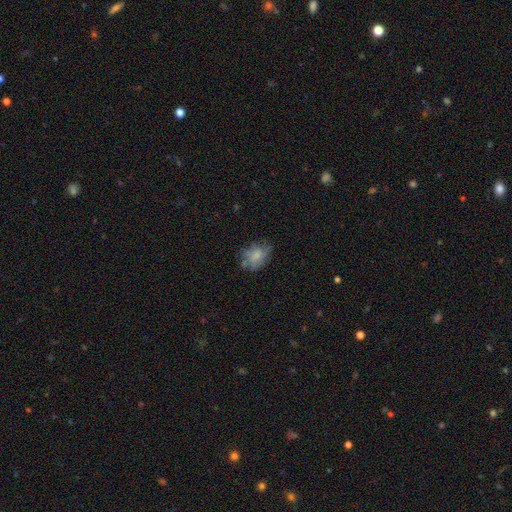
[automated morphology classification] Overall: smooth (55%; featured or disk 34%). How rounded: in between (67%; round 31%). Merging: none (53%; minor disturbance 26%).